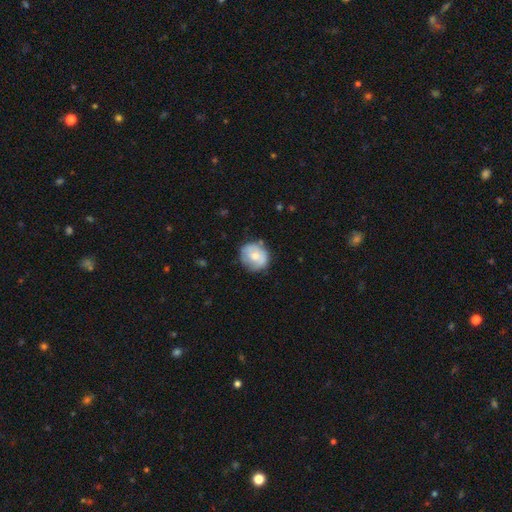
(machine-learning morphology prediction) Smooth or featured? smooth (64%)
How rounded? round (79%)
Merging? none (70%)